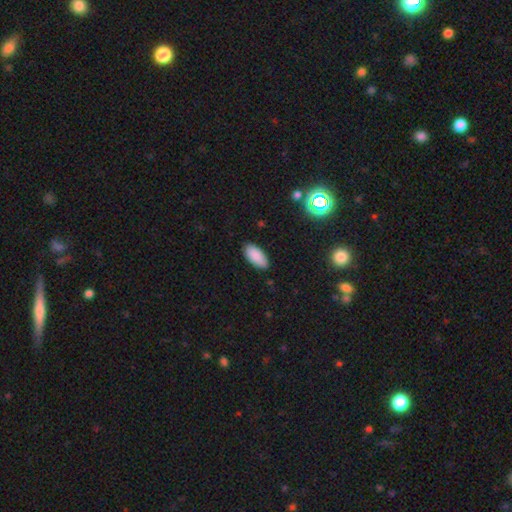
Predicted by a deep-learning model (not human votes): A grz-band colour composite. It shows a smooth galaxy with no disk features (88%) that is in between round and cigar-shaped (91%). Merging: none (86%).